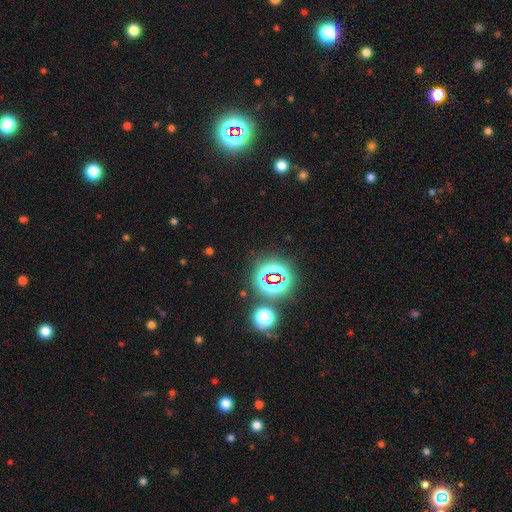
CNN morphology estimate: Smooth or featured? star or artifact (79%)